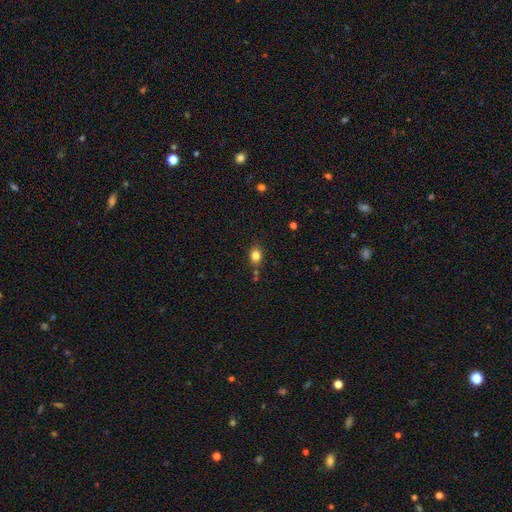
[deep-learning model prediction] Morphology: type=smooth (82%); roundness=in between (54%); merging=none (78%).